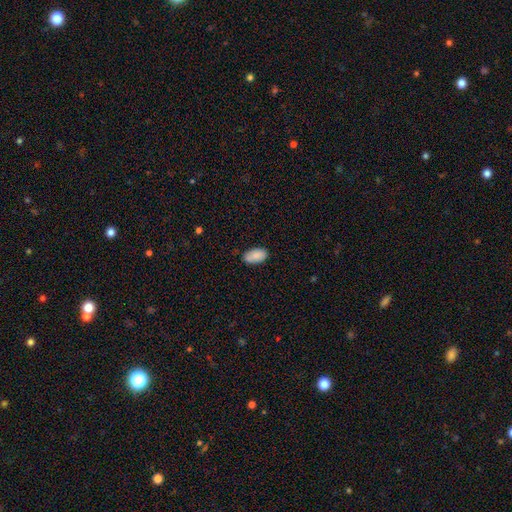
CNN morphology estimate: Smooth or featured?
  - smooth: 87% *
  - star or artifact: 7%
  - featured or disk: 7%
How rounded?
  - in between: 94% *
  - round: 4%
  - cigar-shaped: 2%
Merging?
  - none: 80% *
  - minor disturbance: 16%
  - major disturbance: 3%
  - merger: 2%